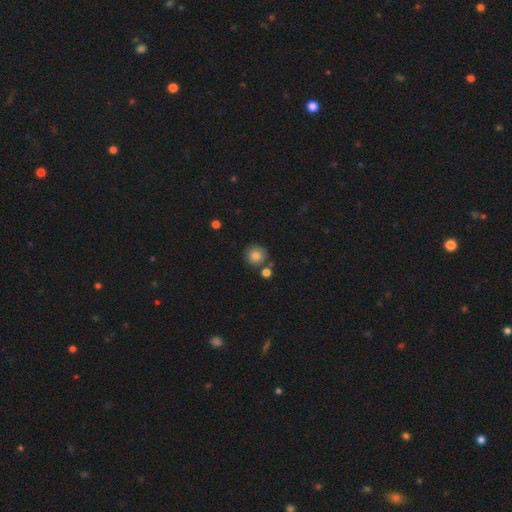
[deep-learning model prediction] The model was most divided on "merging": none: 77%, merger: 11%, minor disturbance: 10%, major disturbance: 3%. More confident: how rounded — round (93%); smooth or featured — smooth (83%).